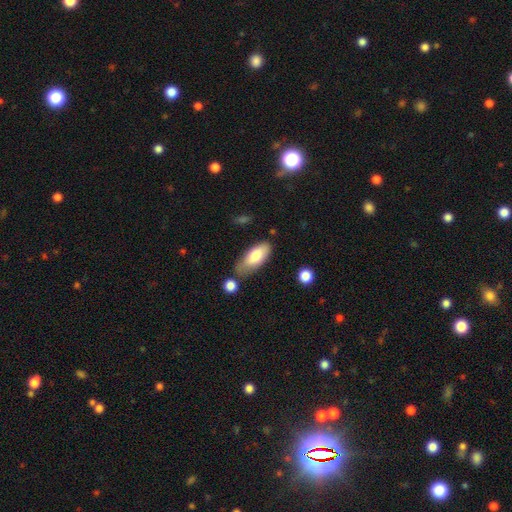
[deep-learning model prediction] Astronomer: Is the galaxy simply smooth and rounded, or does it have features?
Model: smooth — 78%.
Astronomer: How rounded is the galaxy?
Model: in between — 82%.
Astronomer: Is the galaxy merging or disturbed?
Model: none — 58%.